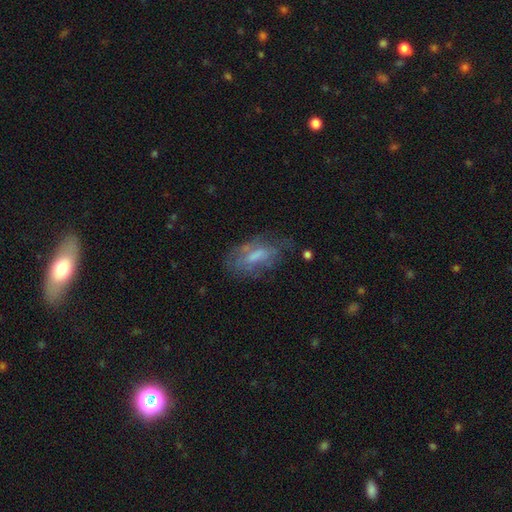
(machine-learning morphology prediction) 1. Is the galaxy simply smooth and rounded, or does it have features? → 46% featured or disk, 45% smooth, 9% star or artifact.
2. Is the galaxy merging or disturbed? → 53% none, 27% minor disturbance, 18% major disturbance, 3% merger.